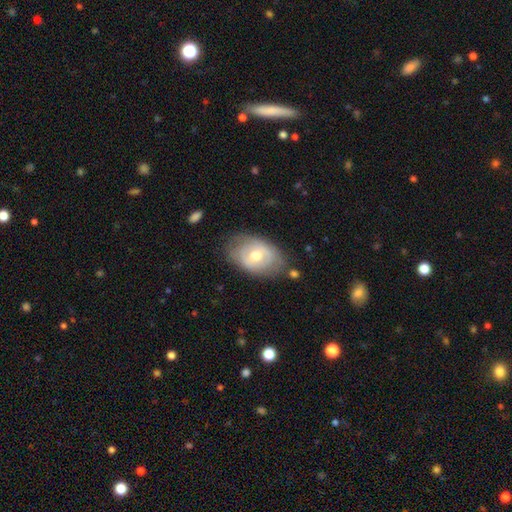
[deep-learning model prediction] smooth-or-featured: featured or disk: 53% | smooth: 41% | star or artifact: 6%
  disk-edge-on: no: 93% | yes: 7%
  merging: none: 69% | minor disturbance: 22% | major disturbance: 7% | merger: 3%